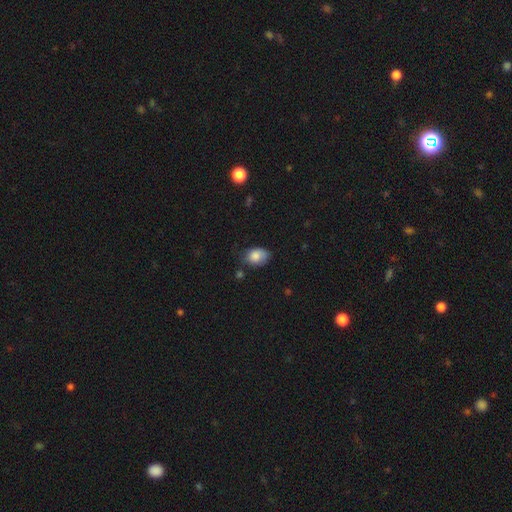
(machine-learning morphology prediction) This is clearly a smooth galaxy (83%). How rounded: likely in between (76%). Merging: possibly none (58%).